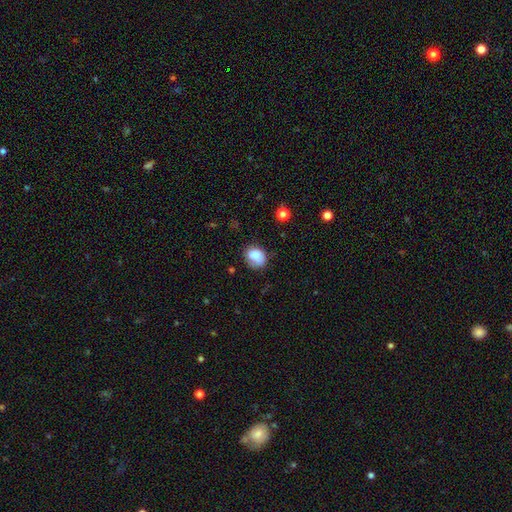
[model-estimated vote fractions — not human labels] Smooth or featured? Predicted: smooth (p=0.81). How rounded? Predicted: round (p=0.56). Merging? Predicted: none (p=0.60).